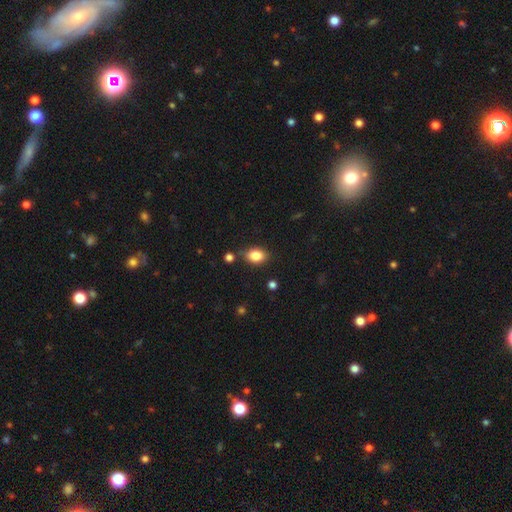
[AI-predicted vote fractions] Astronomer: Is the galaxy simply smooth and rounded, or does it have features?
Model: smooth — 85%.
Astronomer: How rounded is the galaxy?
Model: in between — 80%.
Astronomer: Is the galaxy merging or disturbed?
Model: none — 80%.